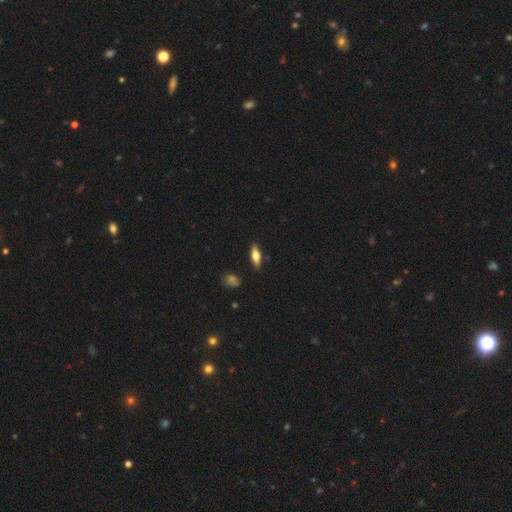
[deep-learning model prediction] Overall: smooth (69%). How rounded: in between (68%; cigar-shaped 29%). Merging: none (87%).